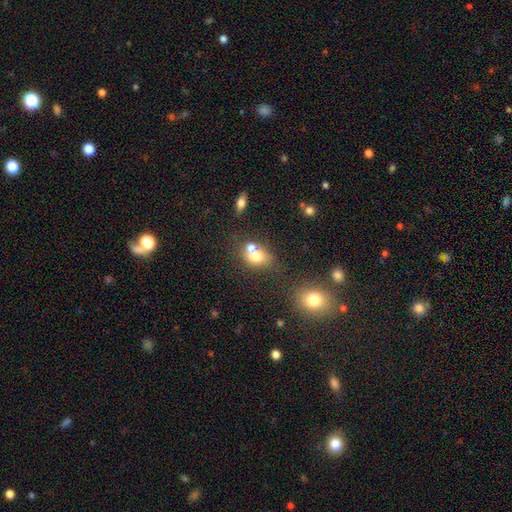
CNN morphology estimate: smooth-or-featured: smooth: 68% | featured or disk: 19% | star or artifact: 13%
  how-rounded: round: 51% | in between: 47% | cigar-shaped: 1%
  merging: merger: 46% | none: 38% | minor disturbance: 11% | major disturbance: 5%